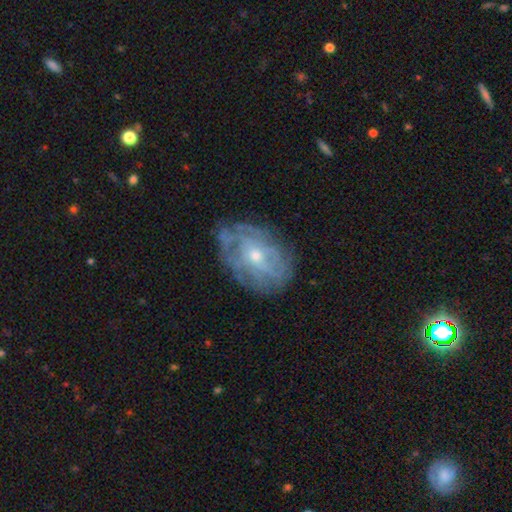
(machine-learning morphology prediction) A featured or disk galaxy (78%) with no bar (72%), tight (61%) spiral arms (80%) and a small central bulge (58%).

Vote fractions:
- Smooth or featured? featured or disk: 78% / smooth: 15% / star or artifact: 8%
- Edge-on disk? no: 96% / yes: 4%
- Bar? no: 72% / weak: 23% / strong: 4%
- Spiral arms? yes: 80% / no: 20%
- Spiral winding? tight: 61% / medium: 28% / loose: 12%
- Spiral arm count? can't tell: 56% / 4: 12% / 2: 9% / more than 4: 9% / 3: 9% / 1: 5%
- Bulge size? small: 58% / moderate: 38% / large: 1% / none: 1% / dominant: 1%
- Merging? none: 72% / minor disturbance: 19% / major disturbance: 8% / merger: 1%